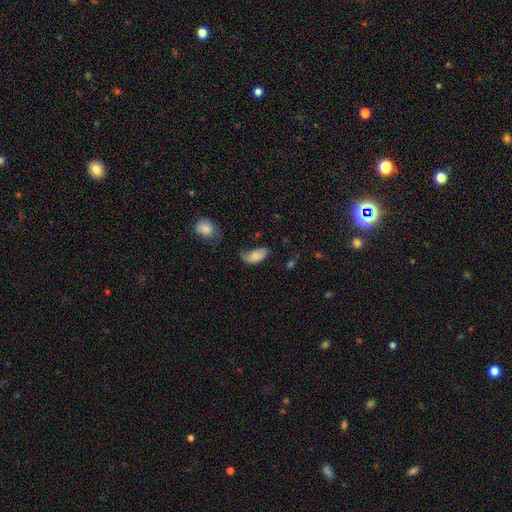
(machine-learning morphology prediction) smooth_or_featured: smooth (p=0.75) [alt: featured or disk p=0.17]
how_rounded: in between (p=0.93) [alt: round p=0.03]
merging: minor disturbance (p=0.37) [alt: none p=0.33]